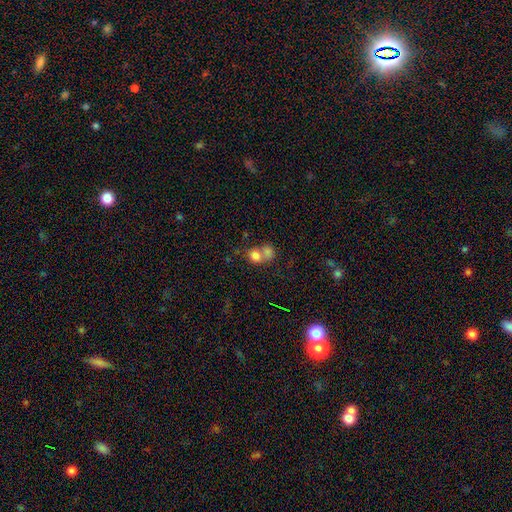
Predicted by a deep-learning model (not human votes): smooth-or-featured: smooth: 76% | featured or disk: 13% | star or artifact: 11%
  how-rounded: round: 65% | in between: 34% | cigar-shaped: 1%
  merging: merger: 64% | none: 26% | minor disturbance: 6% | major disturbance: 4%